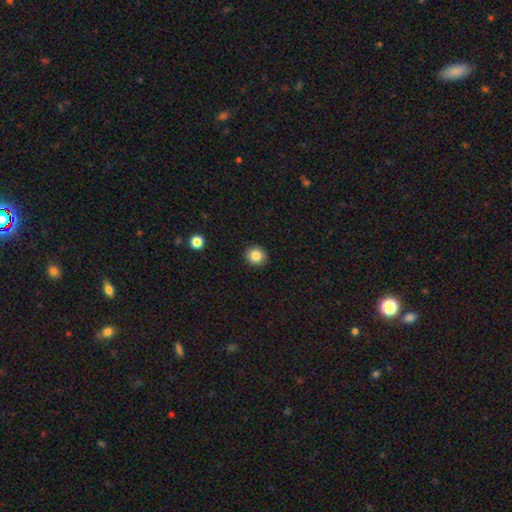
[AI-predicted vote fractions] This is clearly a smooth galaxy (84%). How rounded: clearly round (89%). Merging: clearly none (92%).